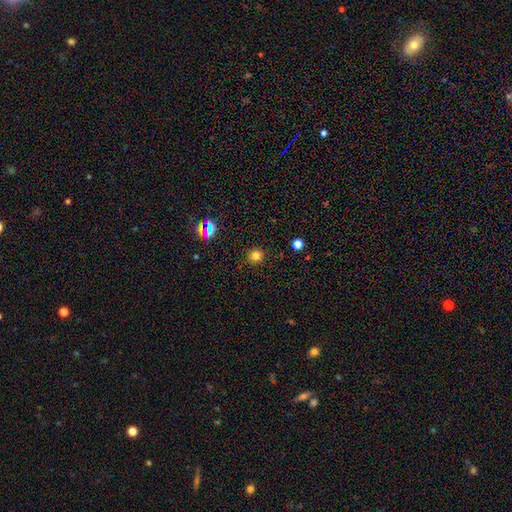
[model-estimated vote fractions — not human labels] A smooth galaxy with no disk features (78%) that is round (91%).

Vote fractions:
- Smooth or featured? smooth: 78% / star or artifact: 17% / featured or disk: 5%
- How rounded? round: 91% / in between: 8% / cigar-shaped: 1%
- Merging? none: 91% / minor disturbance: 6% / major disturbance: 2% / merger: 1%